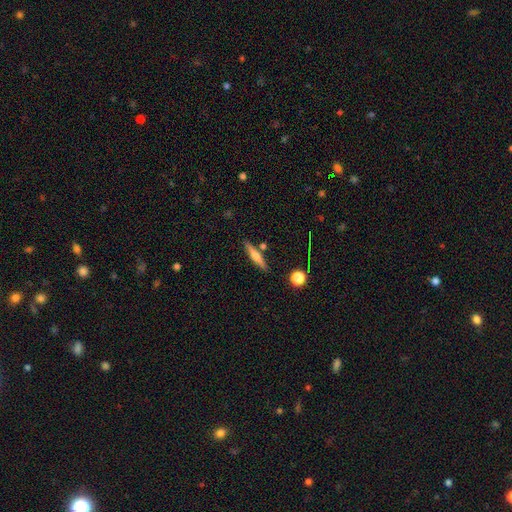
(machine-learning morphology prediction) Smooth or featured: featured or disk — 52% (smooth — 41%)
Edge-on disk: yes — 96% (no — 4%)
Merging: none — 83% (minor disturbance — 9%)